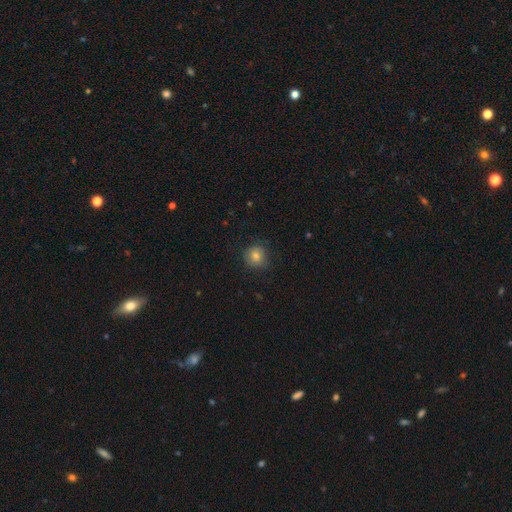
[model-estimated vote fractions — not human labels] Smooth or featured? smooth (76%)
How rounded? round (90%)
Merging? none (83%)